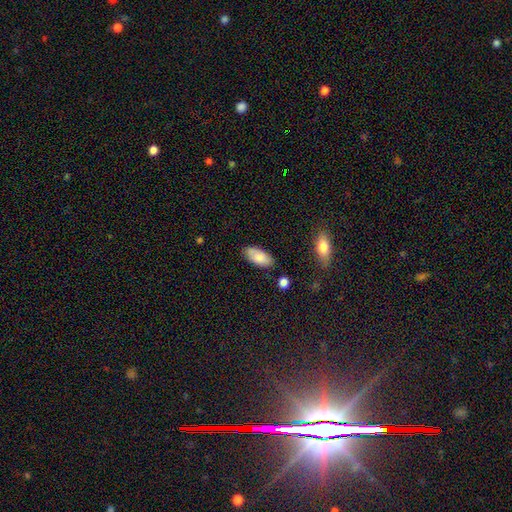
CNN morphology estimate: smooth 84%, featured or disk 10%, star or artifact 6%. Down the decision tree: how rounded — in between (92%); merging — none (82%).